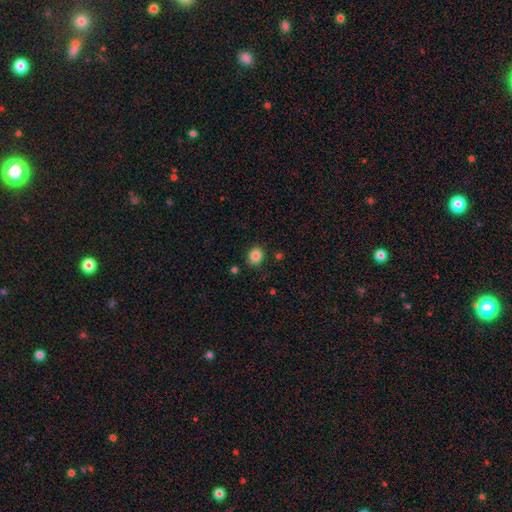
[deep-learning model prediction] Smooth or featured: smooth — 85% (star or artifact — 10%)
How rounded: round — 65% (in between — 34%)
Merging: none — 86% (minor disturbance — 9%)